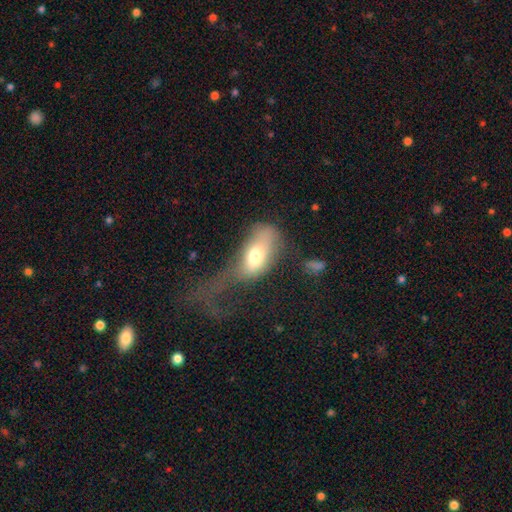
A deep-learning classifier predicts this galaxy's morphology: smooth 69%, featured or disk 23%, star or artifact 8%. Down the decision tree: how rounded — in between (88%); merging — major disturbance (61%).